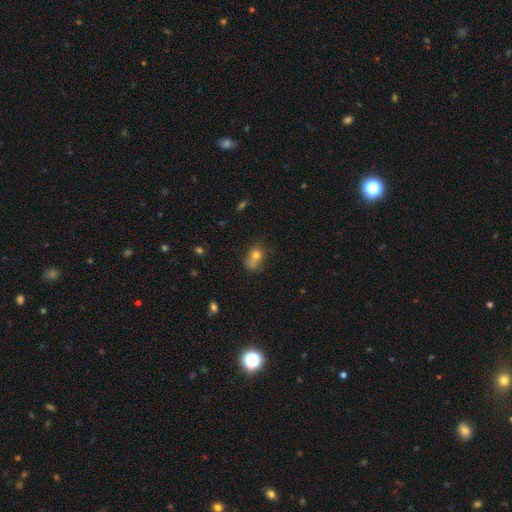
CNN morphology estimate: Q: Smooth or featured?
A: smooth (71%); runner-up: featured or disk (15%)
Q: How rounded?
A: round (52%); runner-up: in between (46%)
Q: Merging?
A: none (40%); runner-up: merger (23%)